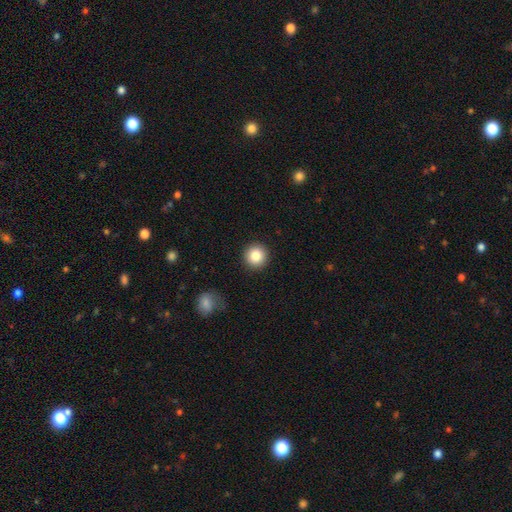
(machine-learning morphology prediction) This appears to be a smooth galaxy with no disk features (84%) that is round (95%). Merging: none (91%).